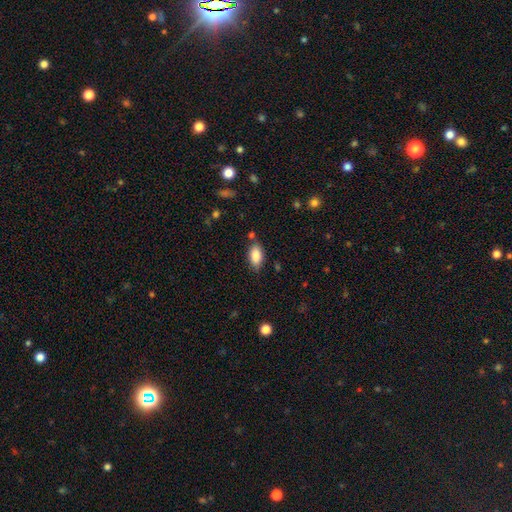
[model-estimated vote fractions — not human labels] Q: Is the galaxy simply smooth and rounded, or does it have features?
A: smooth — 86%.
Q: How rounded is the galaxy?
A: in between — 91%.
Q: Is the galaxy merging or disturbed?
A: none — 77%.